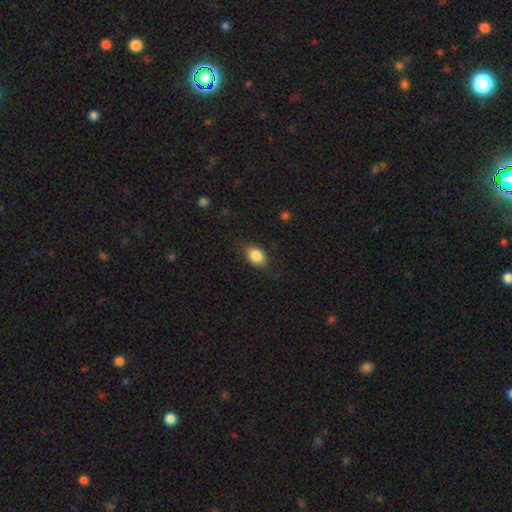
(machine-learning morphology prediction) Smooth or featured? Predicted: smooth (p=0.83). How rounded? Predicted: in between (p=0.73). Merging? Predicted: none (p=0.74).